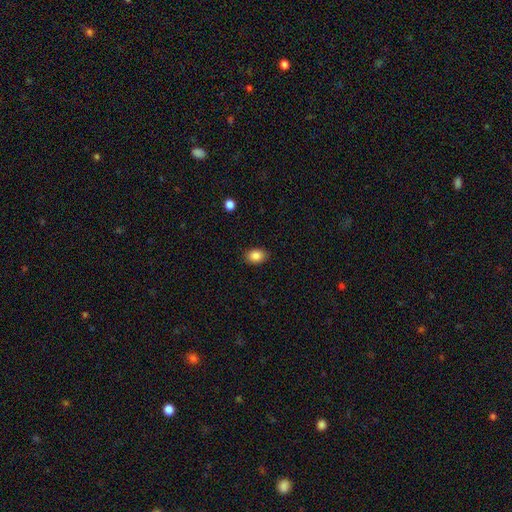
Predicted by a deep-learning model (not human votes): smooth_or_featured: smooth (p=0.86) [alt: star or artifact p=0.09]
how_rounded: in between (p=0.75) [alt: round p=0.24]
merging: none (p=0.88) [alt: minor disturbance p=0.09]